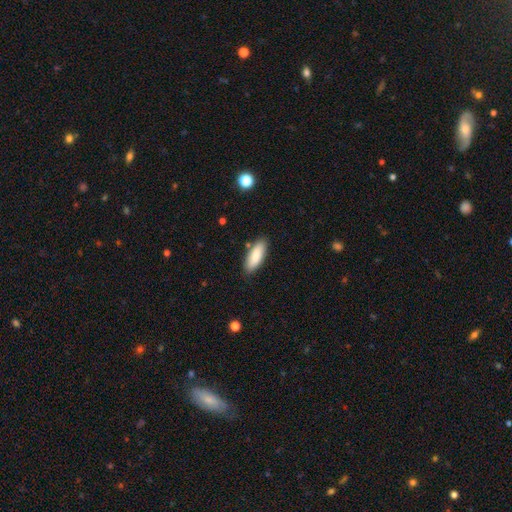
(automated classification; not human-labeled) smooth-or-featured: smooth: 83% | featured or disk: 11% | star or artifact: 6%
  how-rounded: in between: 70% | cigar-shaped: 28% | round: 2%
  merging: none: 85% | minor disturbance: 11% | major disturbance: 2% | merger: 2%